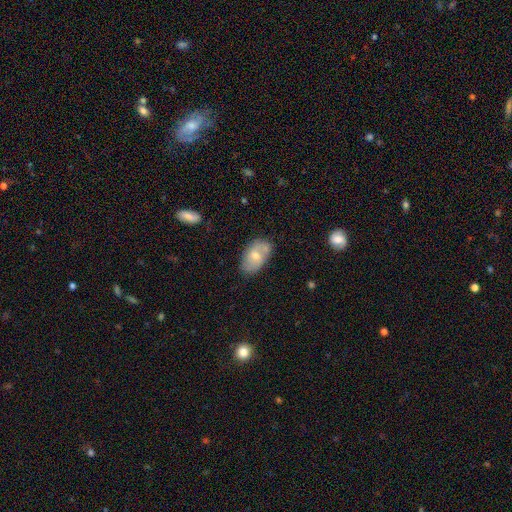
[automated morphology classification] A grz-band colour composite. It shows a smooth galaxy with no disk features (57%) that is in between round and cigar-shaped (92%). Merging: none (70%).